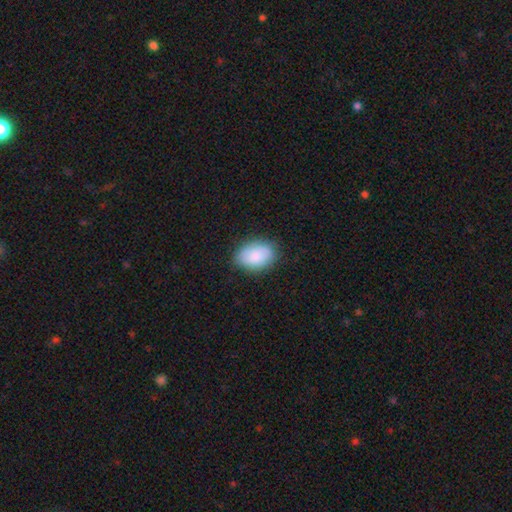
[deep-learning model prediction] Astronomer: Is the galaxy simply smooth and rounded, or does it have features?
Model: smooth — 85%.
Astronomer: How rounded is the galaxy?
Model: in between — 82%.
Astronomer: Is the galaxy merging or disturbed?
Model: none — 81%.